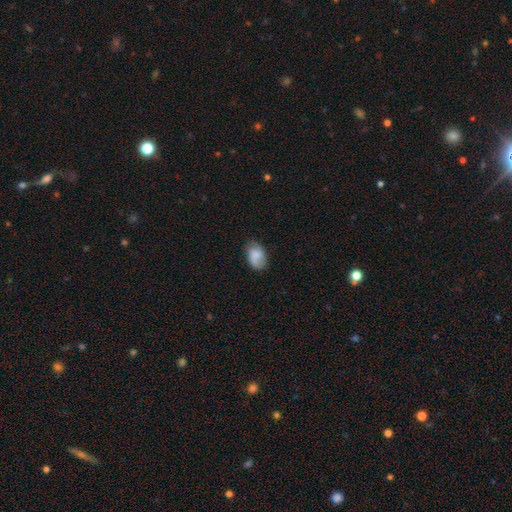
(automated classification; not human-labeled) Q: Smooth or featured?
A: smooth (71%); runner-up: featured or disk (21%)
Q: How rounded?
A: in between (86%); runner-up: round (12%)
Q: Merging?
A: none (61%); runner-up: minor disturbance (27%)